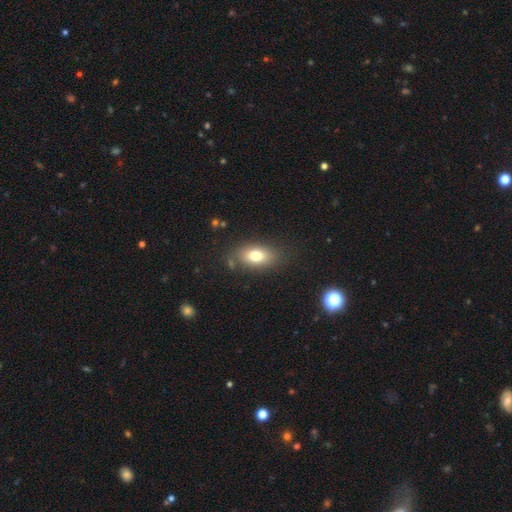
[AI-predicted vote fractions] This appears to be a smooth galaxy with no disk features (77%) that is in between round and cigar-shaped (85%). Merging: none (79%).